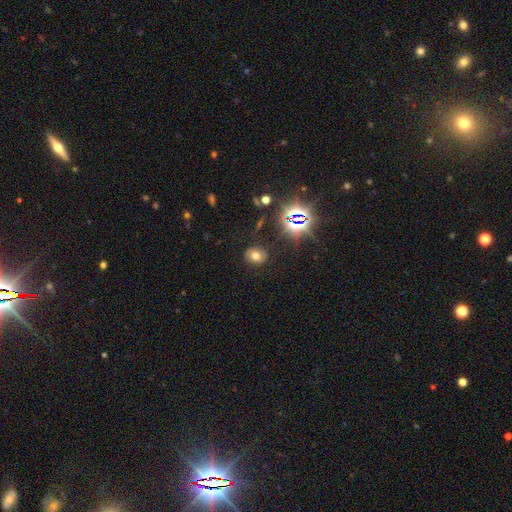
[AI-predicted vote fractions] smooth-or-featured: smooth: 60% | star or artifact: 25% | featured or disk: 15%
  how-rounded: round: 61% | in between: 38% | cigar-shaped: 1%
  merging: none: 85% | minor disturbance: 9% | major disturbance: 3% | merger: 2%